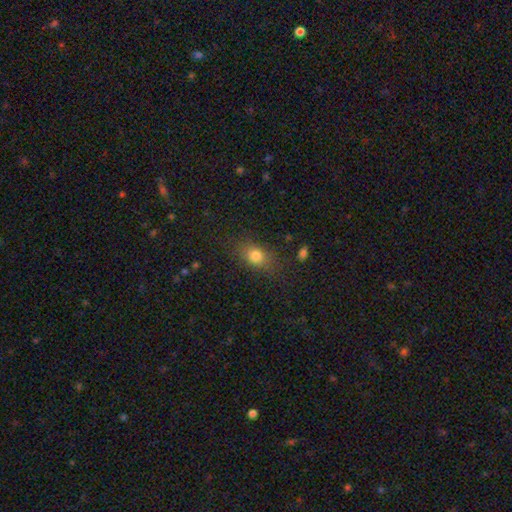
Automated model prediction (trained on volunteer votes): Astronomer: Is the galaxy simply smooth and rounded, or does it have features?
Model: smooth — 80%.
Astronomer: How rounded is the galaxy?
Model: in between — 65%.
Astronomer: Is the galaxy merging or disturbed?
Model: none — 77%.